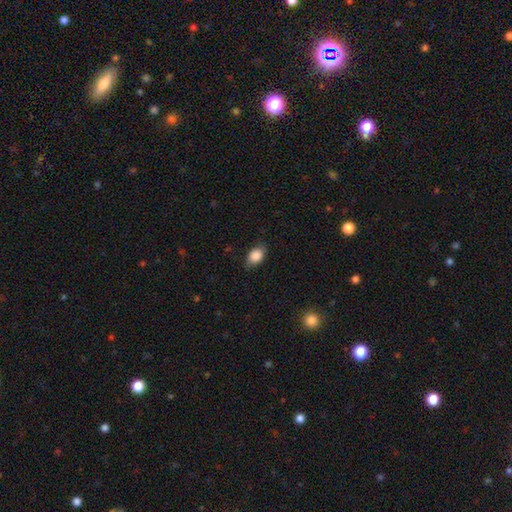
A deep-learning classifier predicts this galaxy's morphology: smooth_or_featured: smooth (p=0.86) [alt: star or artifact p=0.07]
how_rounded: in between (p=0.82) [alt: round p=0.16]
merging: none (p=0.78) [alt: minor disturbance p=0.17]